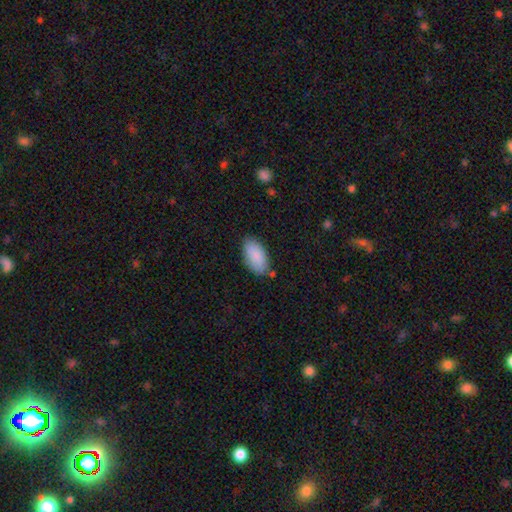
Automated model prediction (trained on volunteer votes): Smooth or featured? Predicted: smooth (p=0.89). How rounded? Predicted: in between (p=0.94). Merging? Predicted: none (p=0.78).